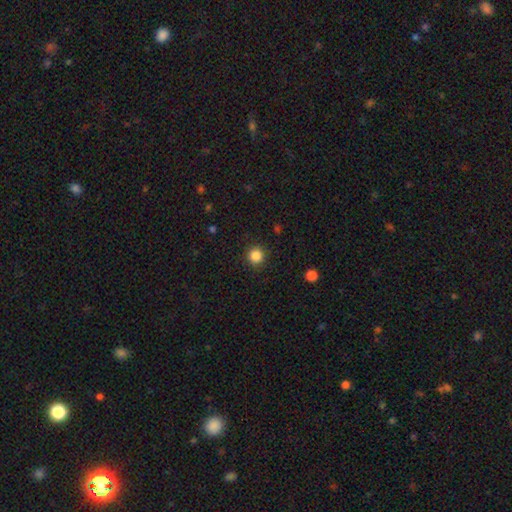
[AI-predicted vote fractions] This is clearly a smooth galaxy (86%). How rounded: clearly round (94%). Merging: clearly none (91%).